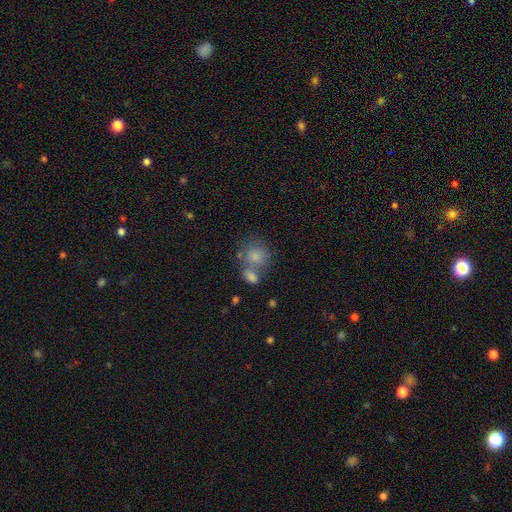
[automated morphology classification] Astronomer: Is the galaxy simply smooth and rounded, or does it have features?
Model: smooth — 80%.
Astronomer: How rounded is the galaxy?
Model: round — 74%.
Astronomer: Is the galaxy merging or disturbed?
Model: none — 42% (runner-up: merger, 39%).